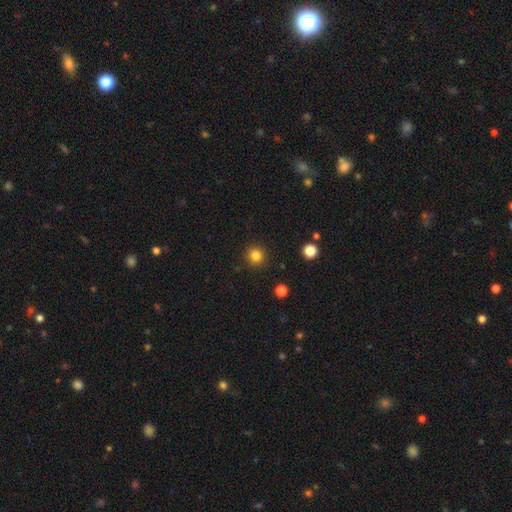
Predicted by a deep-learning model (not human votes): A smooth galaxy with no disk features (82%) that is round (95%).

Vote fractions:
- Smooth or featured? smooth: 82% / star or artifact: 13% / featured or disk: 5%
- How rounded? round: 95% / in between: 4% / cigar-shaped: 1%
- Merging? none: 92% / minor disturbance: 5% / major disturbance: 2% / merger: 1%